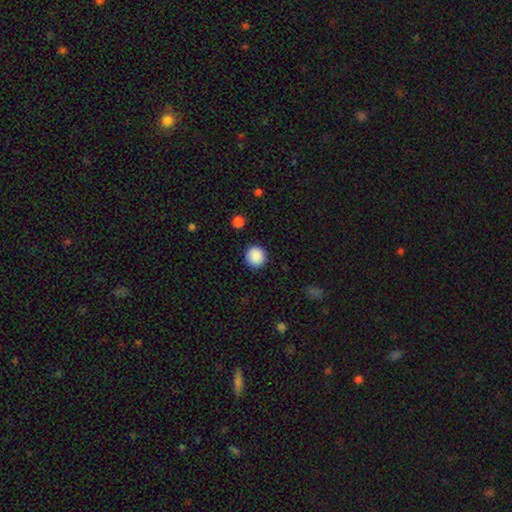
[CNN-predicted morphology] Smooth or featured? smooth (89%)
How rounded? round (94%)
Merging? none (92%)